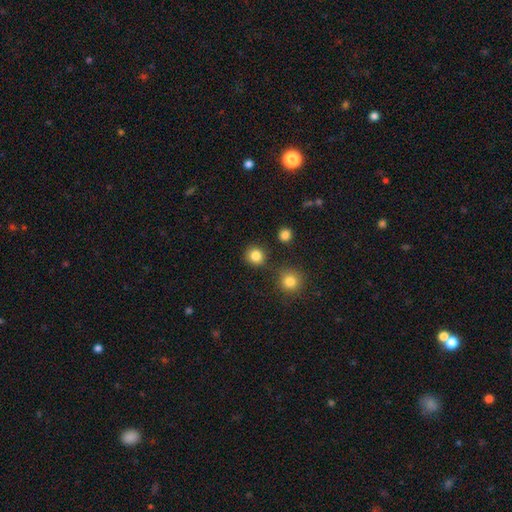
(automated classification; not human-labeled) smooth_or_featured: smooth (p=0.84) [alt: star or artifact p=0.12]
how_rounded: round (p=0.89) [alt: in between p=0.10]
merging: none (p=0.85) [alt: minor disturbance p=0.07]